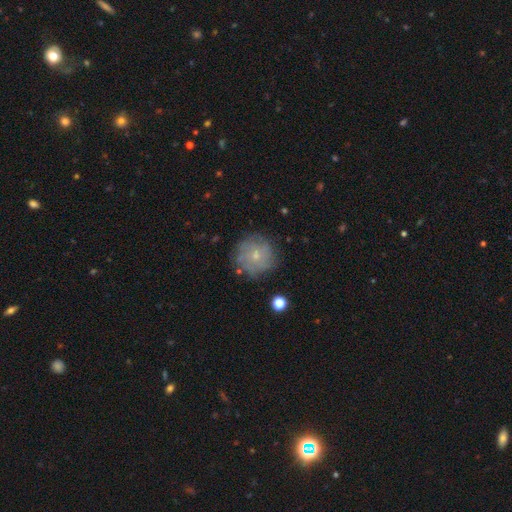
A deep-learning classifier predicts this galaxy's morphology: Q: Smooth or featured?
A: smooth (50%); runner-up: featured or disk (39%)
Q: How rounded?
A: round (93%); runner-up: in between (6%)
Q: Merging?
A: none (78%); runner-up: minor disturbance (15%)